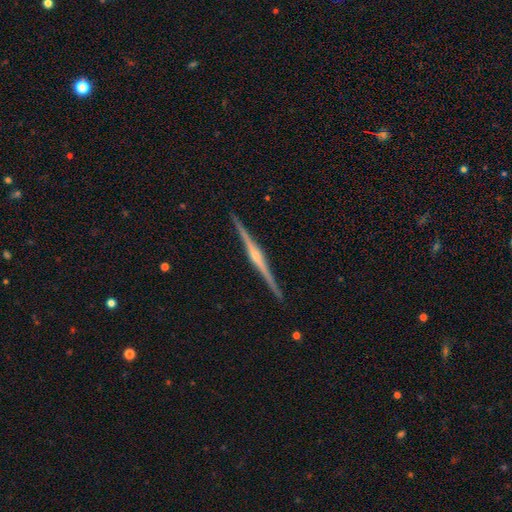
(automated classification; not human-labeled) This is clearly a featured or disk galaxy (87%). It is clearly viewed edge-on (99%). Edge-on bulge: likely rounded (76%). Merging: clearly none (92%).